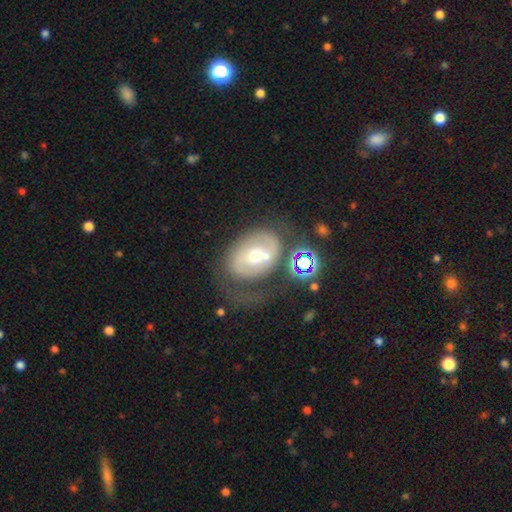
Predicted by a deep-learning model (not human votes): The model was most divided on "merging": none: 36%, major disturbance: 26%, minor disturbance: 21%, merger: 16%. More confident: edge-on disk — no (95%); bulge size — moderate (63%); smooth or featured — featured or disk (61%); bar — no (60%); spiral arms — yes (56%).